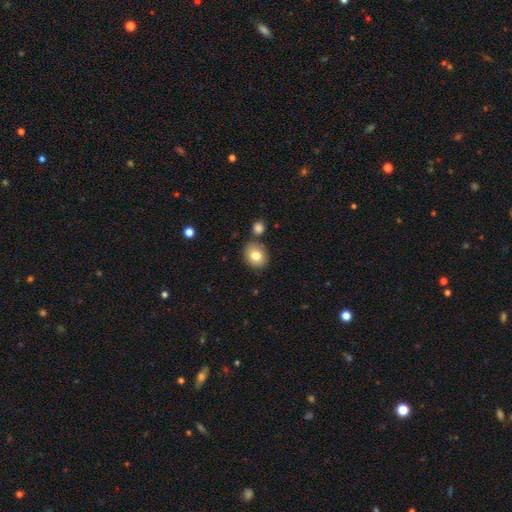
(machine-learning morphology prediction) Q: Smooth or featured?
A: smooth (79%); runner-up: featured or disk (12%)
Q: How rounded?
A: round (55%); runner-up: in between (44%)
Q: Merging?
A: none (75%); runner-up: minor disturbance (12%)